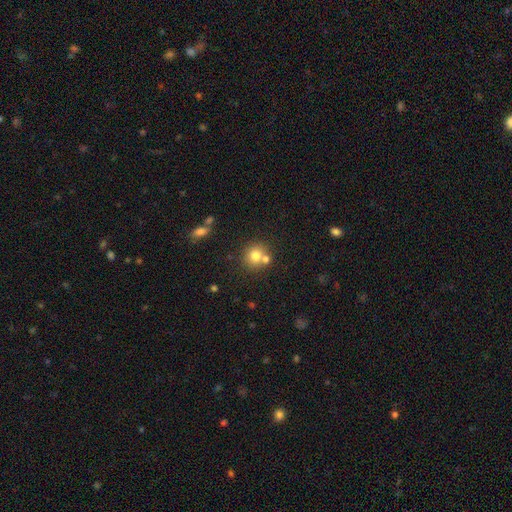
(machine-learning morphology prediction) smooth_or_featured: smooth (p=0.75) [alt: featured or disk p=0.13]
how_rounded: round (p=0.85) [alt: in between p=0.14]
merging: none (p=0.60) [alt: merger p=0.29]